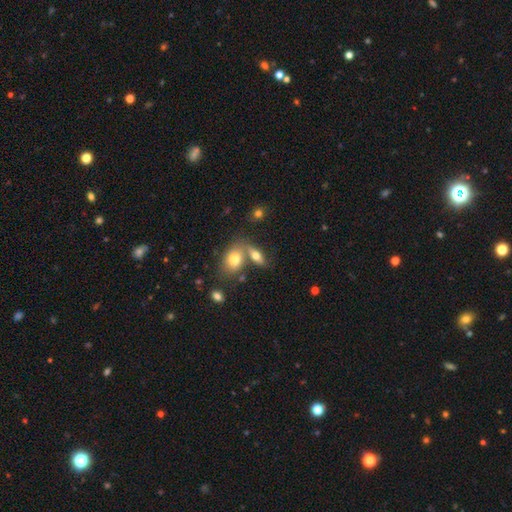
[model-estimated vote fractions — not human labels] smooth_or_featured: smooth (p=0.65) [alt: featured or disk p=0.26]
how_rounded: in between (p=0.77) [alt: cigar-shaped p=0.15]
merging: none (p=0.45) [alt: merger p=0.41]